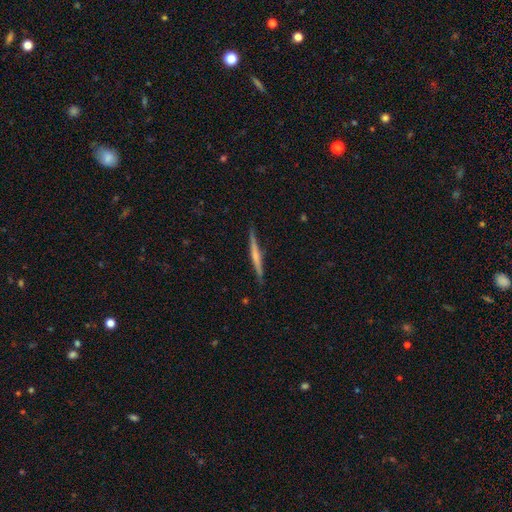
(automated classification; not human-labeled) This appears to be a featured or disk galaxy (60%) viewed edge-on (98%) with no central bulge (45%). Merging: none (89%).